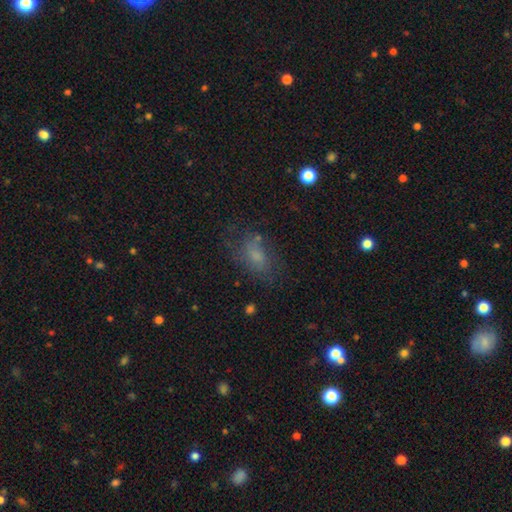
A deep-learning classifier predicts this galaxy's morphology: This appears to be a smooth galaxy with no disk features (60%) that is in between round and cigar-shaped (84%). Merging: none (54%).